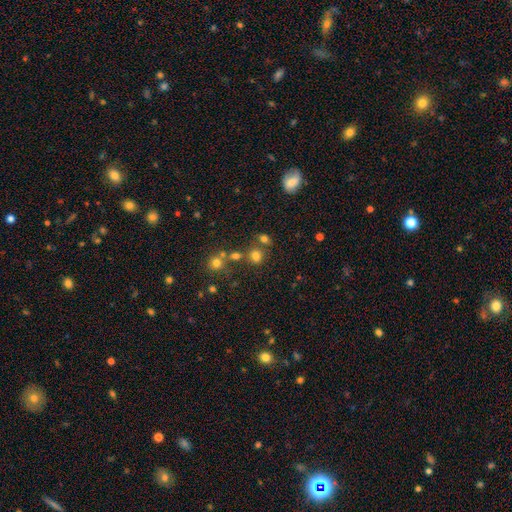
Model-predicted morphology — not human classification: smooth-or-featured: smooth: 72% | star or artifact: 20% | featured or disk: 8%
  how-rounded: round: 68% | in between: 30% | cigar-shaped: 1%
  merging: none: 61% | merger: 21% | minor disturbance: 12% | major disturbance: 6%